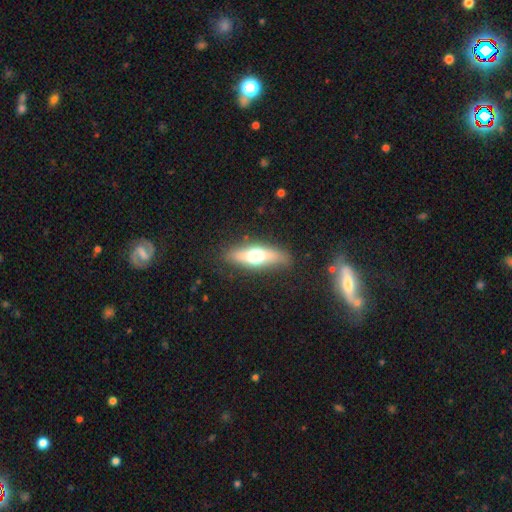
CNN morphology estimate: type=smooth (49%); merging=none (83%).